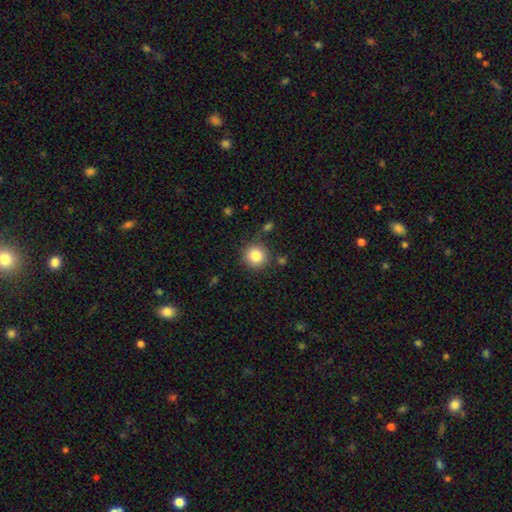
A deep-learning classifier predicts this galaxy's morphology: This is clearly a smooth galaxy (84%). How rounded: clearly round (94%). Merging: clearly none (85%).